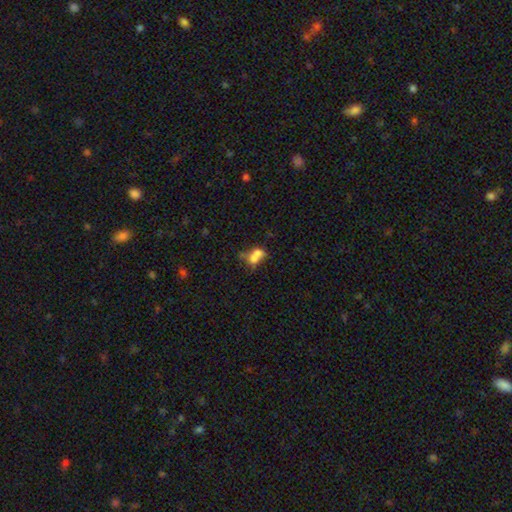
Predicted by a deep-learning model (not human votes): smooth 60%, featured or disk 26%, star or artifact 13%. Down the decision tree: how rounded — in between (59%); merging — merger (62%).